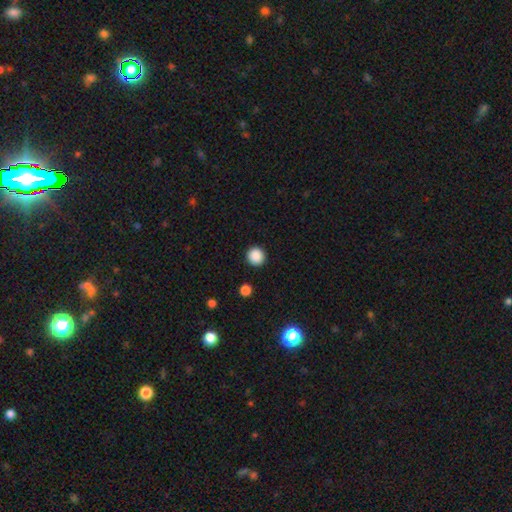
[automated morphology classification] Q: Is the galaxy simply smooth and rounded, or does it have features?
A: smooth — 88%.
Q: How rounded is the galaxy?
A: round — 93%.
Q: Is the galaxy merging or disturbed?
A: none — 92%.